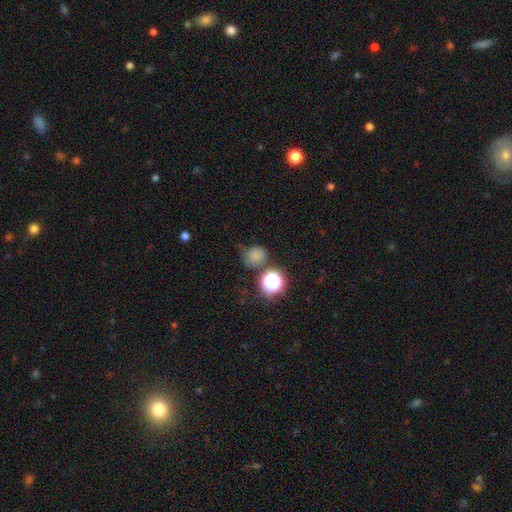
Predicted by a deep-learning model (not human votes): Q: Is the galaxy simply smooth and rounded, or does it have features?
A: smooth — 74%.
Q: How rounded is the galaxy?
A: round — 83%.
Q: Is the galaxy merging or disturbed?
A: none — 66%.